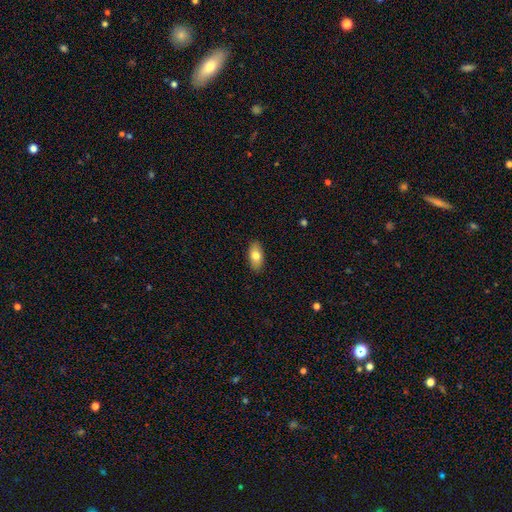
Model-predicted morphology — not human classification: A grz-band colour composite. It shows a smooth galaxy with no disk features (78%) that is in between round and cigar-shaped (90%). Merging: none (89%).